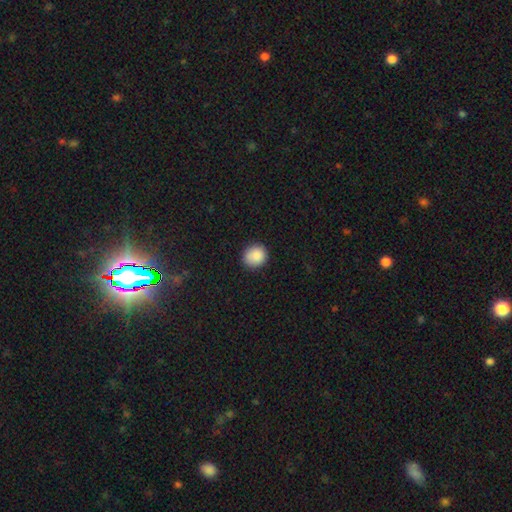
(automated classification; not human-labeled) Q: Smooth or featured?
A: smooth (88%); runner-up: star or artifact (8%)
Q: How rounded?
A: round (82%); runner-up: in between (18%)
Q: Merging?
A: none (88%); runner-up: minor disturbance (9%)